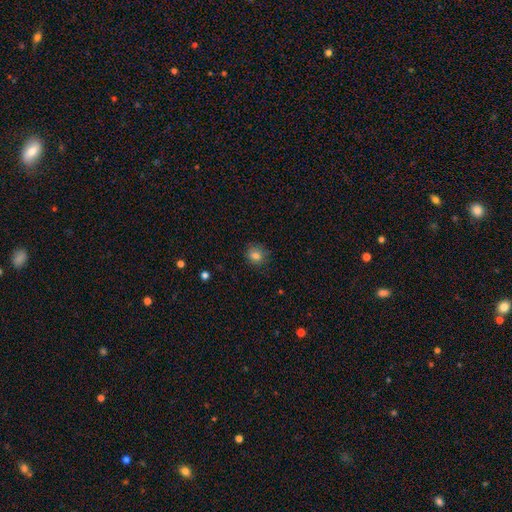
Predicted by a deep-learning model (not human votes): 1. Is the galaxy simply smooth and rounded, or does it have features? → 81% smooth, 12% star or artifact, 7% featured or disk.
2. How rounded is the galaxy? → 73% round, 26% in between, 1% cigar-shaped.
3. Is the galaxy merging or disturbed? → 81% none, 14% minor disturbance, 4% major disturbance, 1% merger.